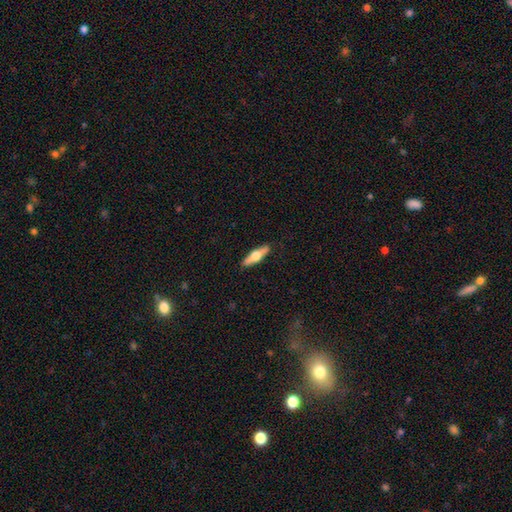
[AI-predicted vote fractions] Q: Smooth or featured?
A: featured or disk (52%); runner-up: smooth (43%)
Q: Edge-on disk?
A: yes (92%); runner-up: no (8%)
Q: Merging?
A: none (88%); runner-up: minor disturbance (9%)